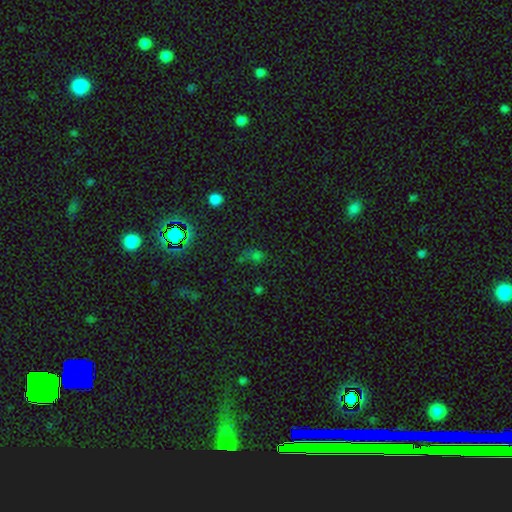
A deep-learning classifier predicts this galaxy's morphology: This appears to be a star or artifact, not a galaxy (51%).